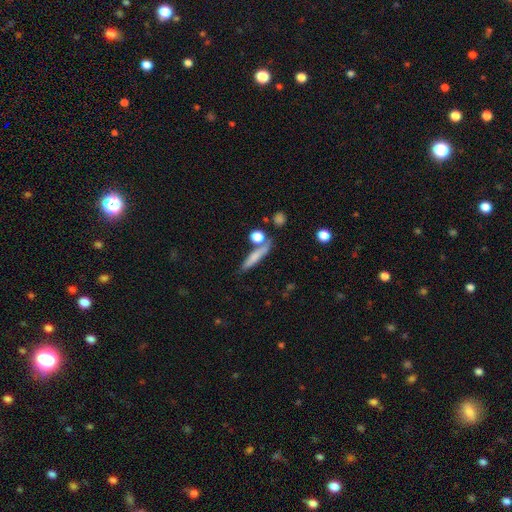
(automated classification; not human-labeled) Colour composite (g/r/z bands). It shows a smooth galaxy with no disk features (68%) that is cigar-shaped (82%). Merging: none (68%).